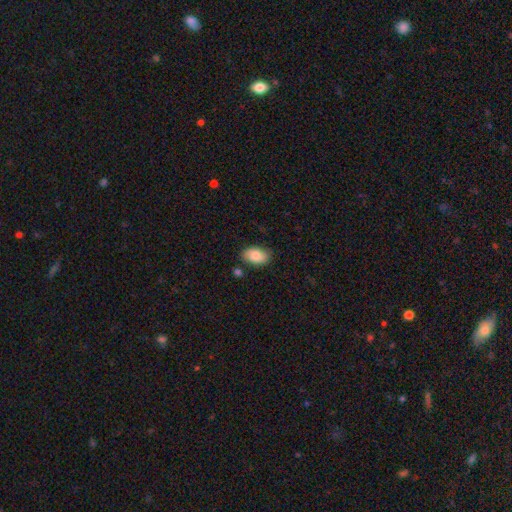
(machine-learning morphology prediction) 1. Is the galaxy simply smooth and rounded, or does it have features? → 87% smooth, 7% featured or disk, 7% star or artifact.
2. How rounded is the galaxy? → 92% in between, 6% round, 2% cigar-shaped.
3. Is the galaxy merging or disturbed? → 80% none, 13% minor disturbance, 3% merger, 3% major disturbance.